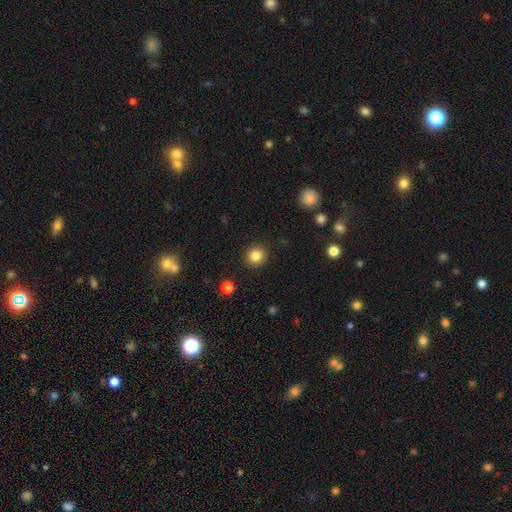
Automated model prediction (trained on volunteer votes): Smooth or featured? Predicted: smooth (p=0.84). How rounded? Predicted: round (p=0.91). Merging? Predicted: none (p=0.91).